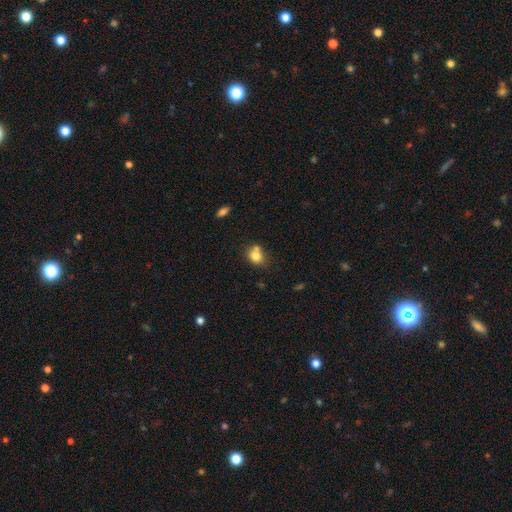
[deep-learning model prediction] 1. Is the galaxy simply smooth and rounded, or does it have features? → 77% smooth, 12% featured or disk, 11% star or artifact.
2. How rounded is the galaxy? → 60% round, 39% in between, 1% cigar-shaped.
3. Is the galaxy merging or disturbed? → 51% none, 30% merger, 15% minor disturbance, 4% major disturbance.